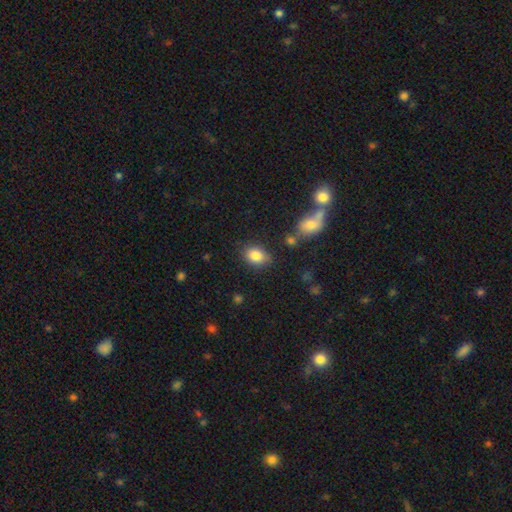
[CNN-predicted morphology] This appears to be a smooth galaxy with no disk features (85%) that is in between round and cigar-shaped (71%). Merging: none (76%).